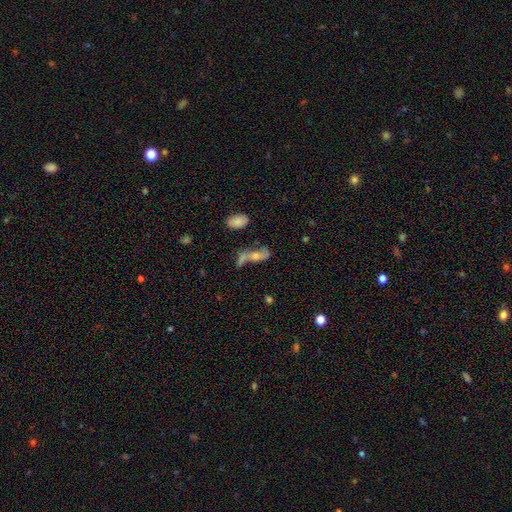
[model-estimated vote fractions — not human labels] Smooth or featured? Predicted: featured or disk (p=0.60). Edge-on disk? Predicted: no (p=0.81). Merging? Predicted: none (p=0.41).